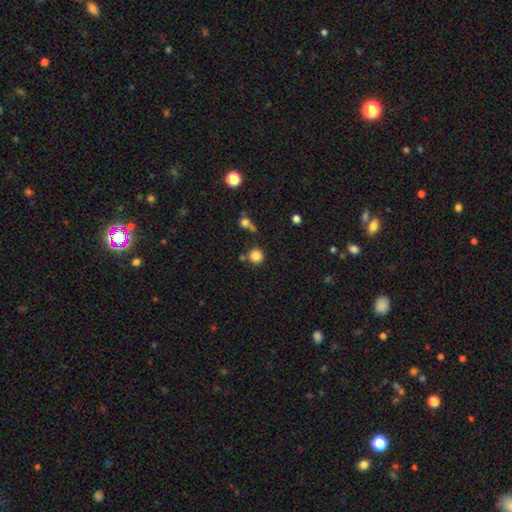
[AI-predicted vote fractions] Smooth or featured: smooth — 84% (star or artifact — 11%)
How rounded: round — 93% (in between — 6%)
Merging: none — 77% (merger — 10%)